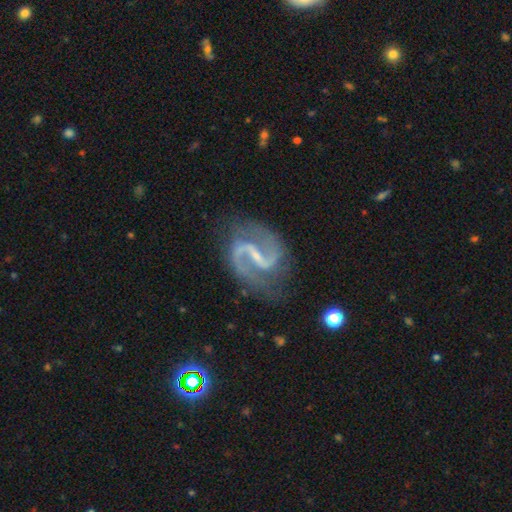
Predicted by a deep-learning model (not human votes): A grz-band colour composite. It shows a featured or disk galaxy (93%) with a strong bar (48%), 2 (94%) medium (56%) spiral arms (98%) and a small central bulge (66%). Merging: none (78%).